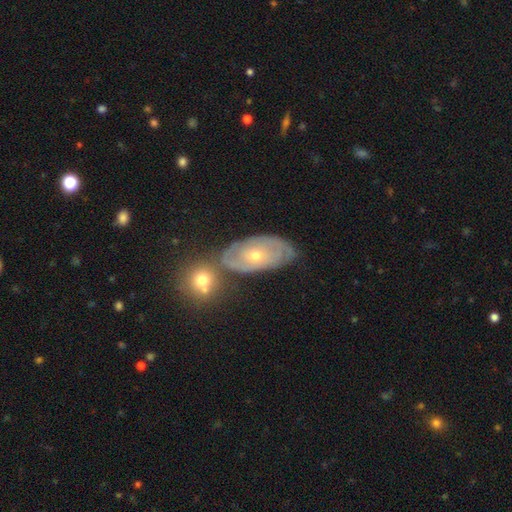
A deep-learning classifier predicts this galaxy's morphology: The model was most divided on "bulge size": small: 54%, moderate: 43%, large: 1%, none: 1%, dominant: 1%. More confident: edge-on disk — no (93%); spiral arms — yes (80%); bar — no (79%); spiral winding — tight (75%); smooth or featured — featured or disk (74%); merging — none (62%); spiral arm count — can't tell (54%).